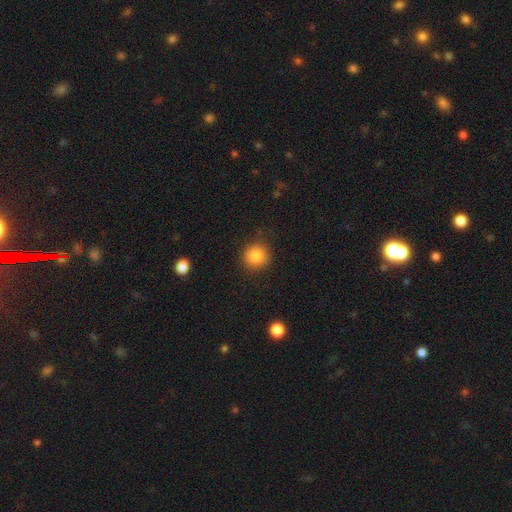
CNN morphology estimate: Smooth or featured? Predicted: smooth (p=0.86). How rounded? Predicted: round (p=0.91). Merging? Predicted: none (p=0.86).